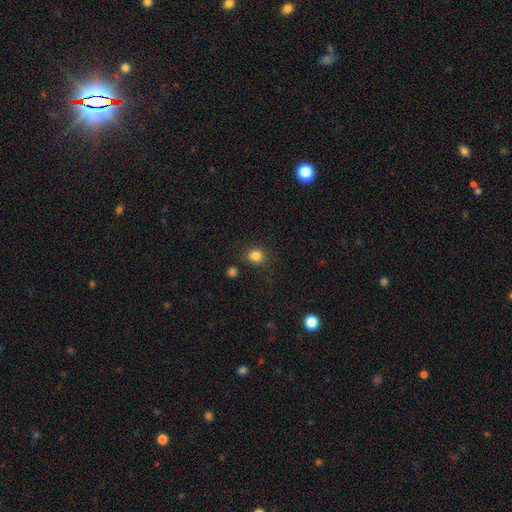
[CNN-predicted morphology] This is clearly a smooth galaxy (84%). How rounded: likely round (73%). Merging: likely none (80%).